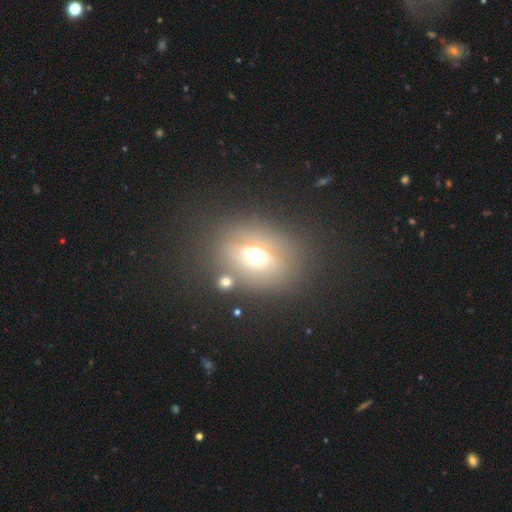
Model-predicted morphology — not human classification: A smooth galaxy with no disk features (58%) that is in between round and cigar-shaped (62%).

Vote fractions:
- Smooth or featured? smooth: 58% / featured or disk: 25% / star or artifact: 17%
- How rounded? in between: 62% / round: 36% / cigar-shaped: 3%
- Merging? none: 69% / minor disturbance: 14% / major disturbance: 8% / merger: 8%